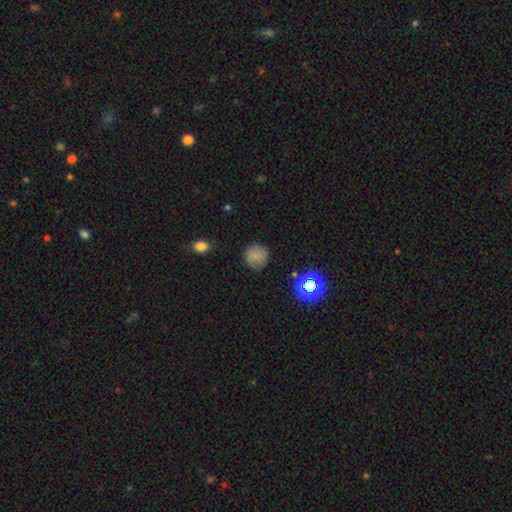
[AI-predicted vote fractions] Q: Smooth or featured?
A: smooth (74%); runner-up: star or artifact (15%)
Q: How rounded?
A: round (92%); runner-up: in between (7%)
Q: Merging?
A: none (82%); runner-up: minor disturbance (13%)